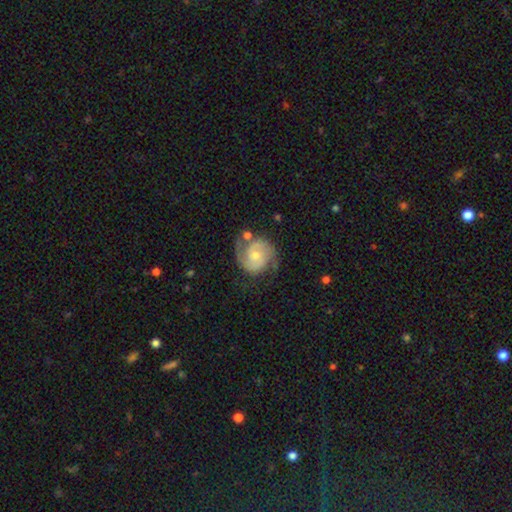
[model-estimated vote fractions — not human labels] This appears to be a featured or disk galaxy (84%) with no bar (62%), 2 (87%) medium (45%) spiral arms (96%) and a moderate central bulge (53%). Merging: none (65%).